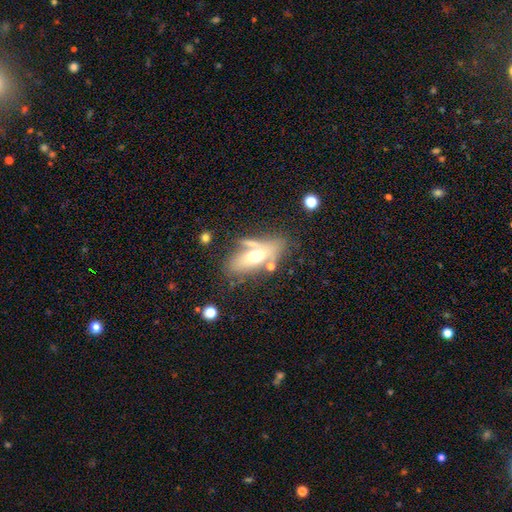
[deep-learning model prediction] Smooth or featured? smooth (52%)
How rounded? in between (69%)
Merging? none (56%)